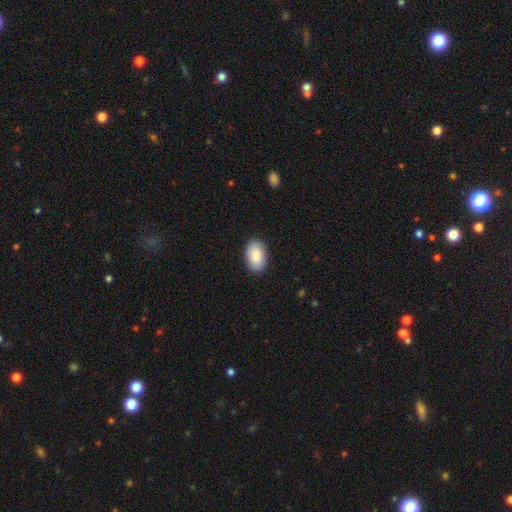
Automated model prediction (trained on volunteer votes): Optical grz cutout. It shows a smooth galaxy with no disk features (88%) that is in between round and cigar-shaped (94%). Merging: none (89%).